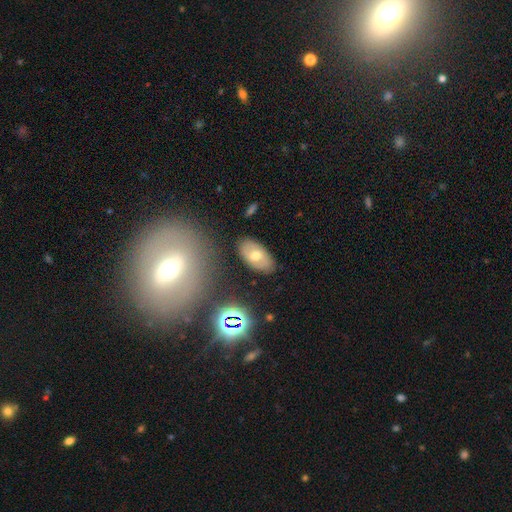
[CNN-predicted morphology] Overall: smooth (52%; featured or disk 37%). How rounded: in between (92%). Merging: none (83%).